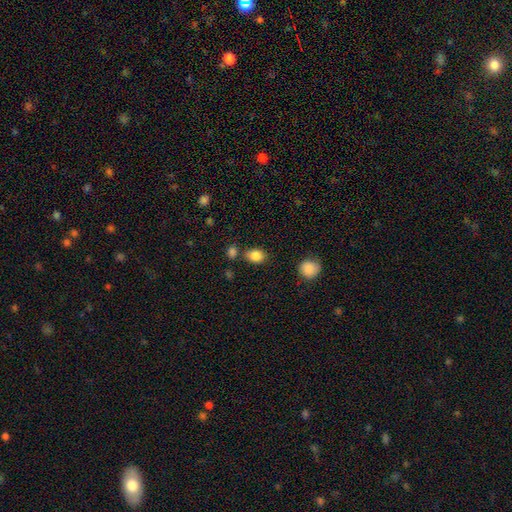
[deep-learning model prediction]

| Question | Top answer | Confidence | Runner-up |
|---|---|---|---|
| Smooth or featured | smooth | 85% | star or artifact (9%) |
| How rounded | in between | 65% | round (34%) |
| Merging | none | 73% | minor disturbance (13%) |